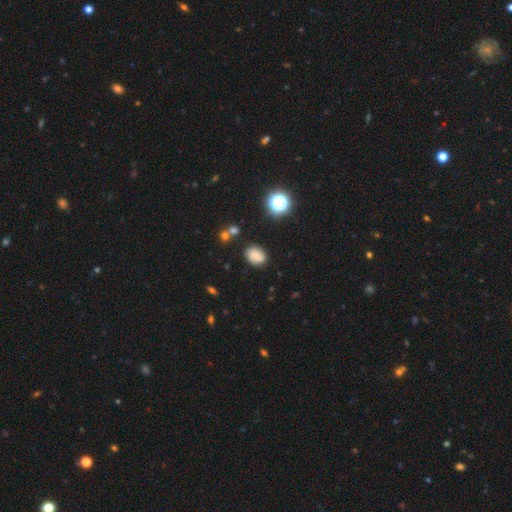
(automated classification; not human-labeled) Overall: smooth (64%). How rounded: in between (59%; round 40%). Merging: none (77%).